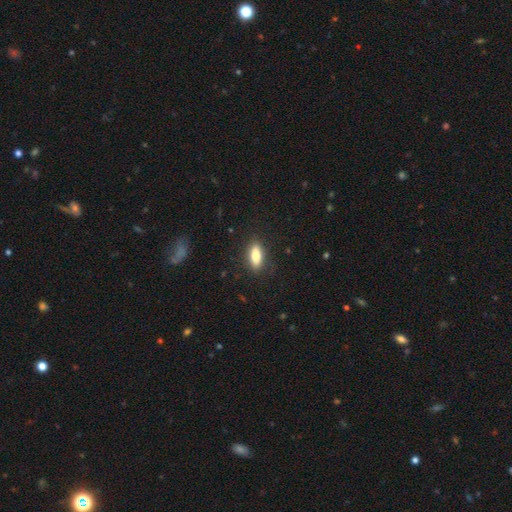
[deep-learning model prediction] smooth-or-featured: smooth: 81% | featured or disk: 11% | star or artifact: 7%
  how-rounded: in between: 69% | cigar-shaped: 28% | round: 3%
  merging: none: 85% | minor disturbance: 11% | major disturbance: 3% | merger: 1%